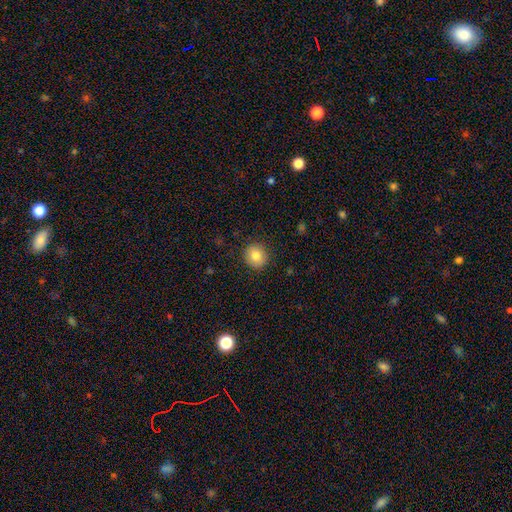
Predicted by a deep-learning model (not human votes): Q: Smooth or featured?
A: smooth (83%); runner-up: star or artifact (9%)
Q: How rounded?
A: round (89%); runner-up: in between (11%)
Q: Merging?
A: none (90%); runner-up: minor disturbance (7%)